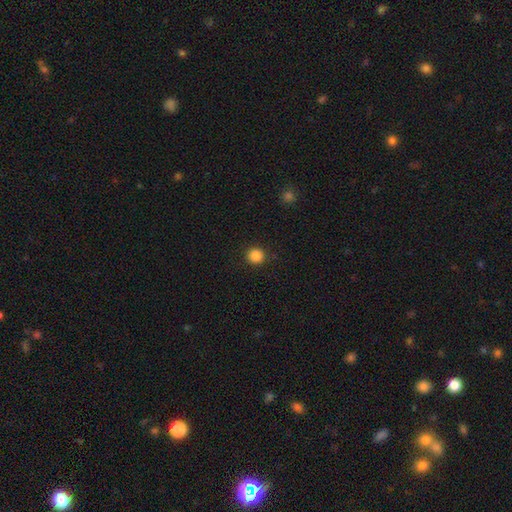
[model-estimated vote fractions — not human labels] This is clearly a smooth galaxy (86%). How rounded: clearly round (94%). Merging: clearly none (91%).